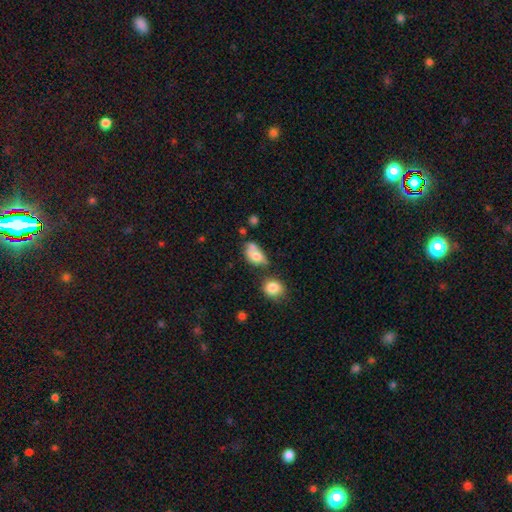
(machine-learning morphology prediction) A smooth galaxy with no disk features (67%) that is in between round and cigar-shaped (79%).

Vote fractions:
- Smooth or featured? smooth: 67% / featured or disk: 23% / star or artifact: 9%
- How rounded? in between: 79% / round: 19% / cigar-shaped: 2%
- Merging? merger: 40% / none: 27% / minor disturbance: 20% / major disturbance: 13%